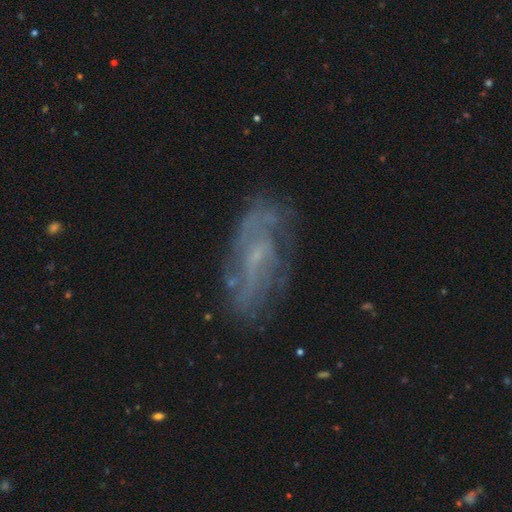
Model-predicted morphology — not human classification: featured or disk 71%, smooth 19%, star or artifact 11%. Down the decision tree: edge-on disk — no (89%); bar — no (46%); spiral arms — yes (76%); bulge size — small (61%); merging — none (70%).